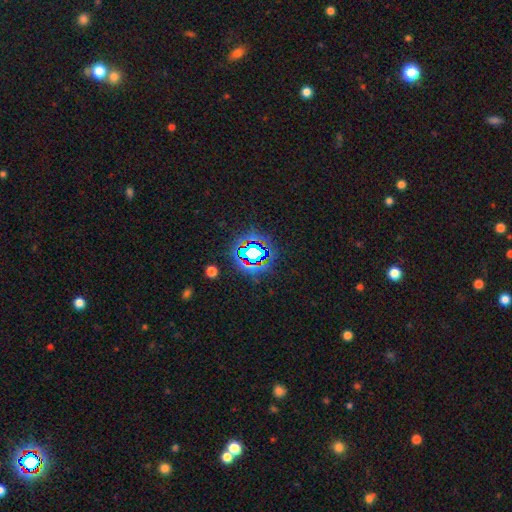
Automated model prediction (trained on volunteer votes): A star or artifact, not a galaxy (69%).

Vote fractions:
- Smooth or featured? star or artifact: 69% / smooth: 17% / featured or disk: 13%